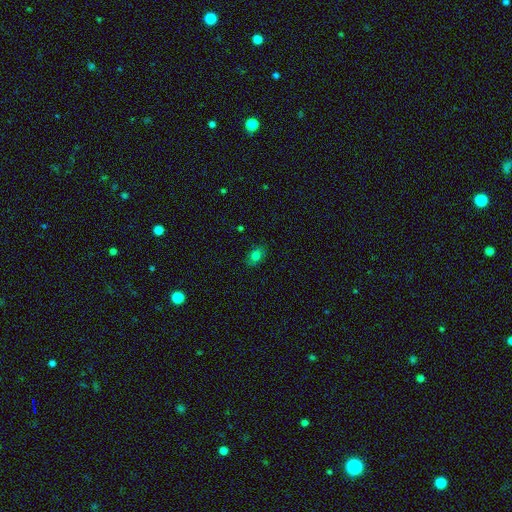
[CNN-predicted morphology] type=smooth (79%); roundness=in between (78%); merging=none (85%).